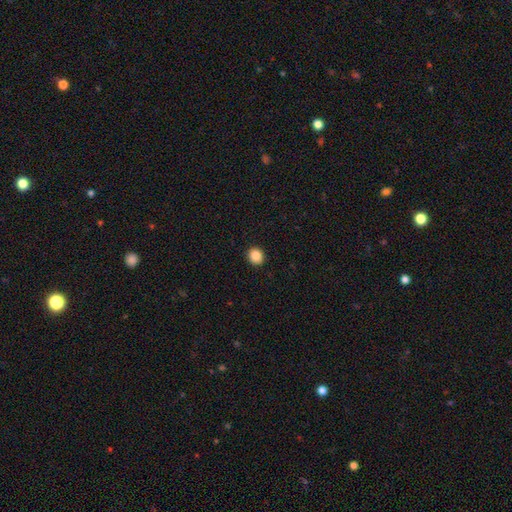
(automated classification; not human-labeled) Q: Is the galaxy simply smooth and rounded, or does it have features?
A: smooth — 87%.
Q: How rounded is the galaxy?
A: round — 80%.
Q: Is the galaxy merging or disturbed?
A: none — 91%.